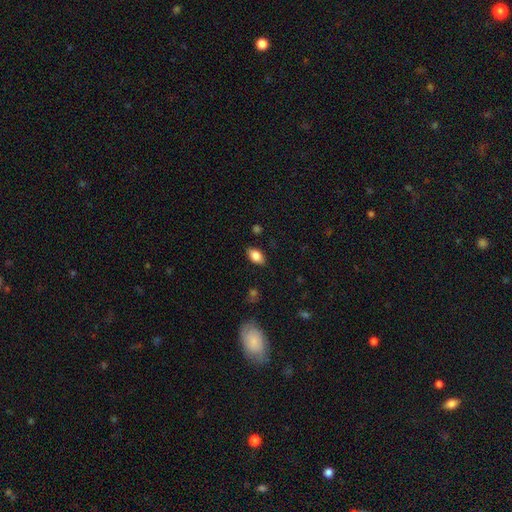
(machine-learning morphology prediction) Smooth or featured: smooth — 84% (featured or disk — 8%)
How rounded: in between — 90% (round — 8%)
Merging: none — 85% (minor disturbance — 11%)